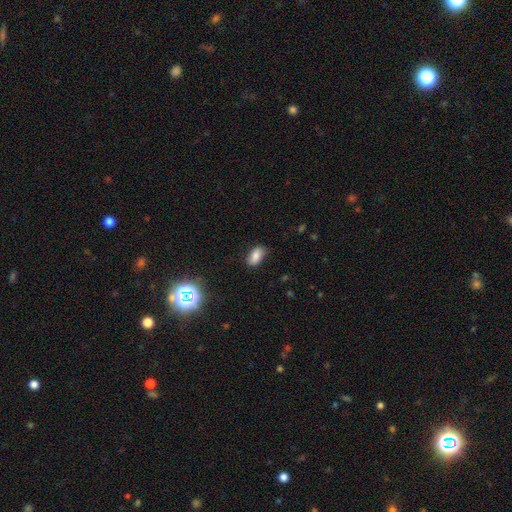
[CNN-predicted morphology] This is likely a smooth galaxy (79%). How rounded: clearly in between (91%). Merging: clearly none (82%).